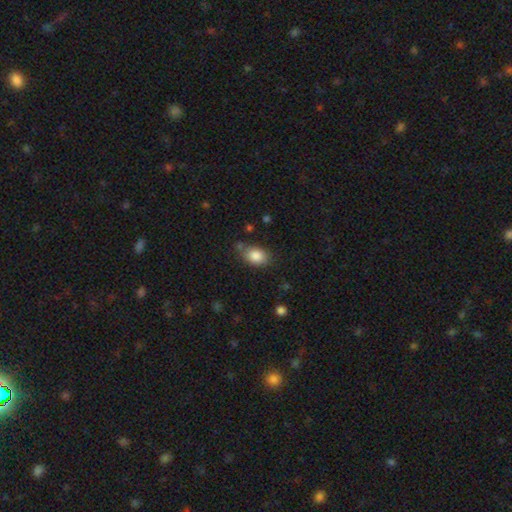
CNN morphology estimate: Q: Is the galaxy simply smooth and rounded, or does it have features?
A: smooth — 85%.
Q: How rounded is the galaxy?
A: in between — 75%.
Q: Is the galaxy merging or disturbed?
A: none — 68%.